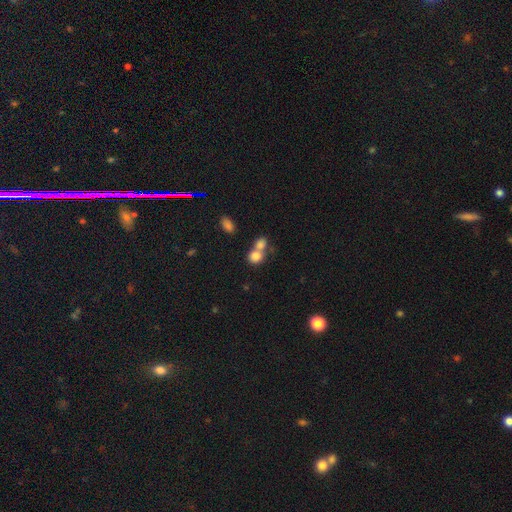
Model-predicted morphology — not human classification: Overall: smooth (81%). How rounded: round (69%; in between 30%). Merging: merger (55%; none 34%).